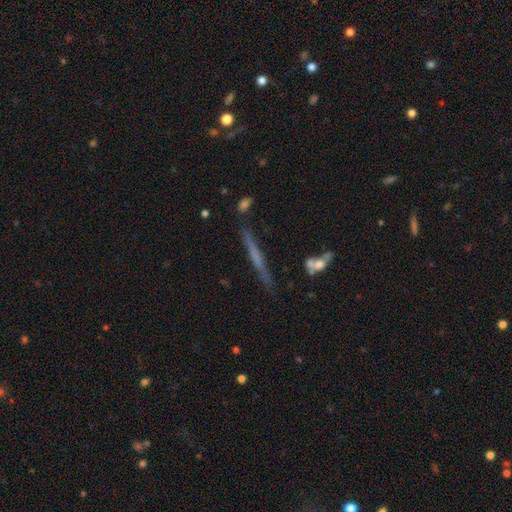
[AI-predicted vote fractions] featured or disk 54%, smooth 38%, star or artifact 9%. Down the decision tree: edge-on disk — yes (95%); edge-on bulge — none (73%); merging — none (82%).